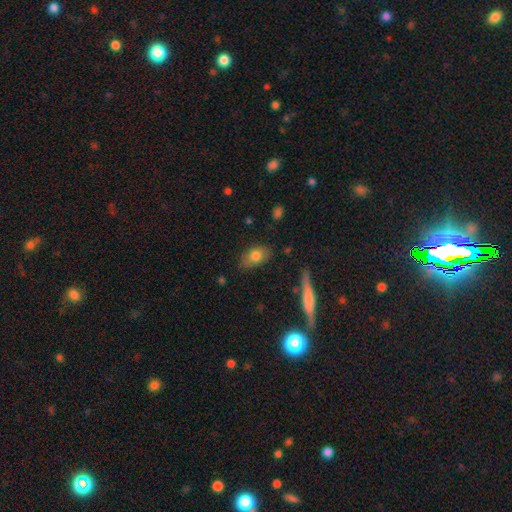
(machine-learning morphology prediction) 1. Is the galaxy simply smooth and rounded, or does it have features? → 77% smooth, 16% featured or disk, 8% star or artifact.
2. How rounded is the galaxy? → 86% in between, 9% round, 4% cigar-shaped.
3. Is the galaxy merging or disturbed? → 76% none, 18% minor disturbance, 4% major disturbance, 2% merger.